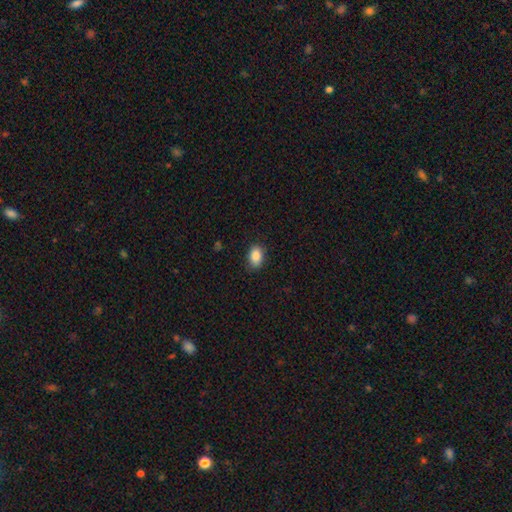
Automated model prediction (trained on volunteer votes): Smooth or featured? Predicted: smooth (p=0.88). How rounded? Predicted: in between (p=0.84). Merging? Predicted: none (p=0.86).